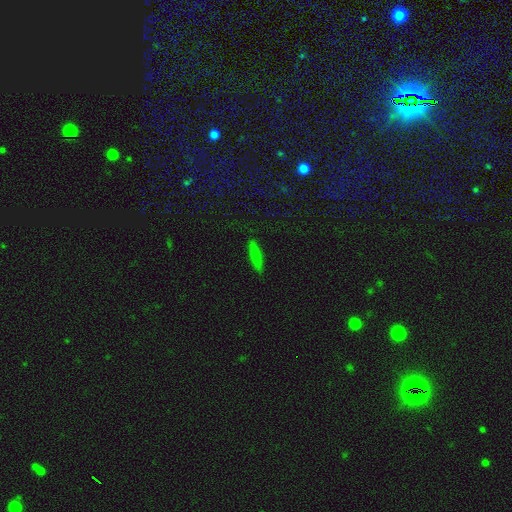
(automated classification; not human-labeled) smooth 77%, featured or disk 14%, star or artifact 9%. Down the decision tree: how rounded — cigar-shaped (83%); merging — none (87%).